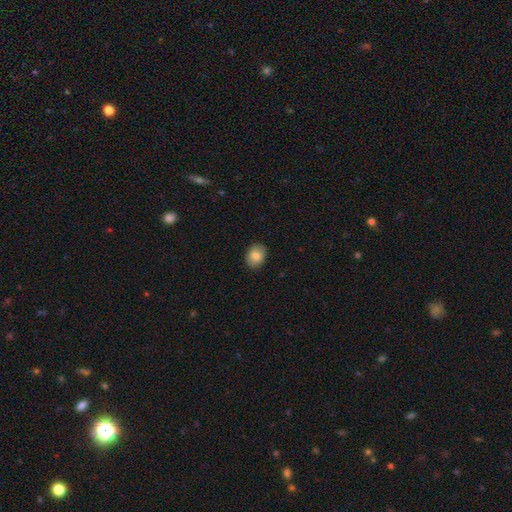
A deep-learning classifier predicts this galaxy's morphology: Smooth or featured? smooth (83%)
How rounded? in between (70%)
Merging? none (89%)